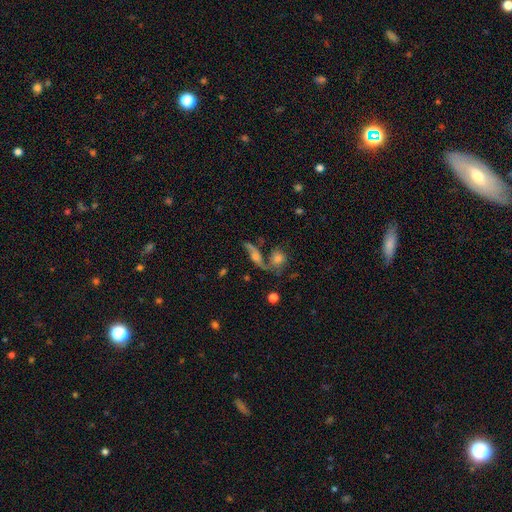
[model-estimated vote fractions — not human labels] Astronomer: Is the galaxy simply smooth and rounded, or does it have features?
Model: featured or disk — 64%.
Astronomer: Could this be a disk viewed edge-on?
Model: no — 76%.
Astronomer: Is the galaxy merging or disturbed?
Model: none — 44% (runner-up: merger, 30%).